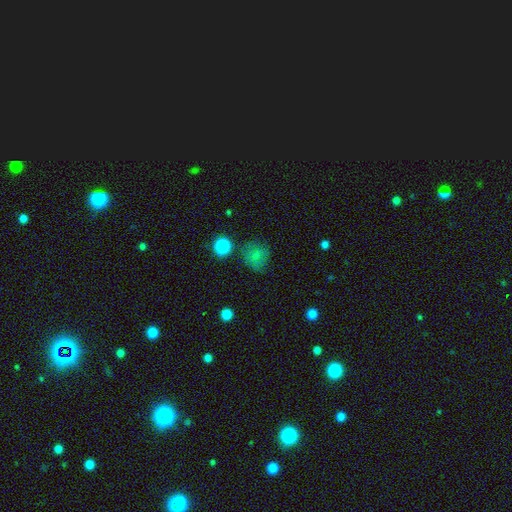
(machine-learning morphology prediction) smooth-or-featured: smooth: 74% | star or artifact: 15% | featured or disk: 10%
  how-rounded: round: 83% | in between: 17% | cigar-shaped: 1%
  merging: none: 73% | minor disturbance: 17% | major disturbance: 7% | merger: 4%